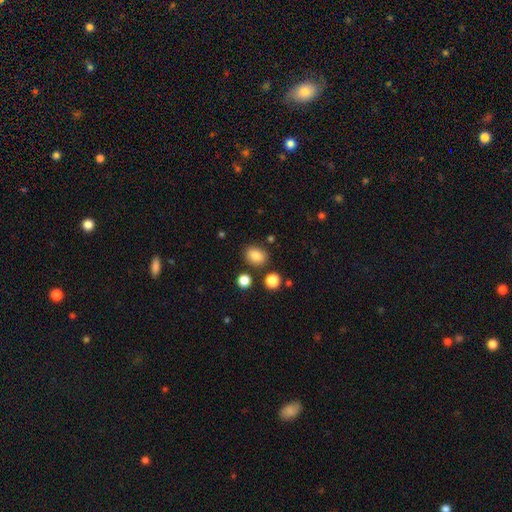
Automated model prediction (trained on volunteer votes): This appears to be a smooth galaxy with no disk features (83%) that is in between round and cigar-shaped (54%). Merging: none (82%).